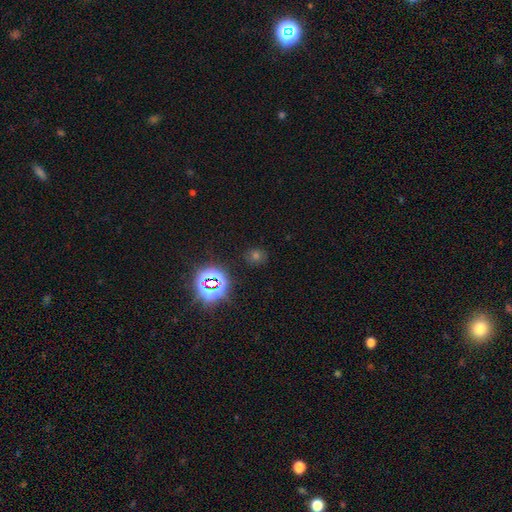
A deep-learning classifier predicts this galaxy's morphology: A smooth galaxy with no disk features (46%, tied with star or artifact).

Vote fractions:
- Smooth or featured? smooth: 46% (tied) / star or artifact: 46% (tied) / featured or disk: 8%
- Merging? none: 85% / minor disturbance: 9% / major disturbance: 3% / merger: 2%